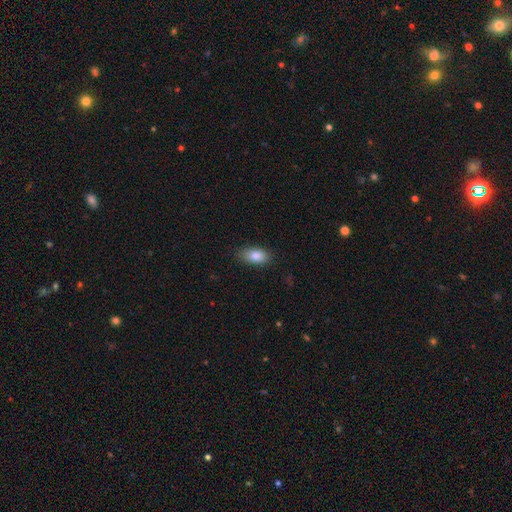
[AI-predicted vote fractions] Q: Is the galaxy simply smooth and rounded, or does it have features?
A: smooth — 85%.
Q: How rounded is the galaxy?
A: in between — 91%.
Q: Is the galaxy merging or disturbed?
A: none — 83%.